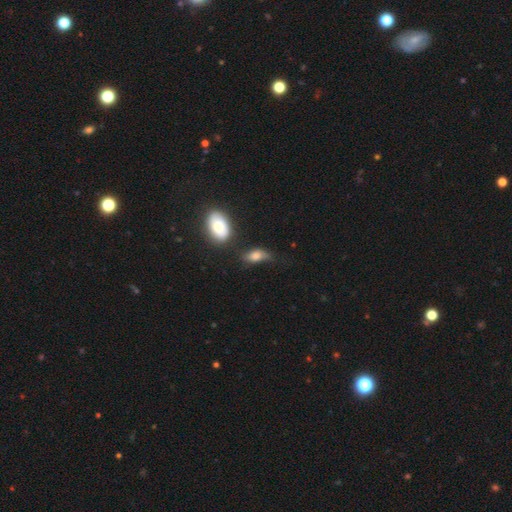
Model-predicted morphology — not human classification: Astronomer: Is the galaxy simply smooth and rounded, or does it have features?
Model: smooth — 74%.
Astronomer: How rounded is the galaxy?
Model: in between — 85%.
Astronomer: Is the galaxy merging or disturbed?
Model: none — 43% (runner-up: minor disturbance, 31%).